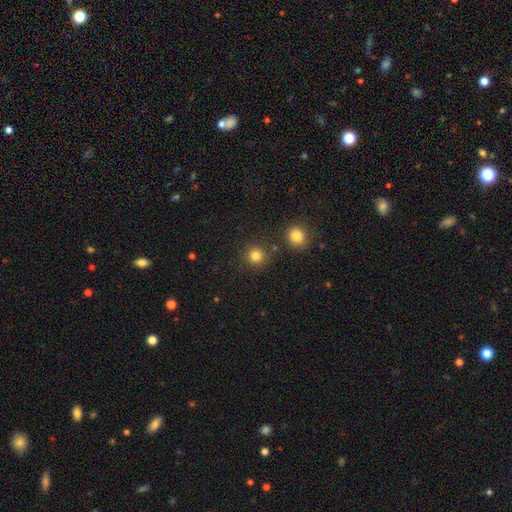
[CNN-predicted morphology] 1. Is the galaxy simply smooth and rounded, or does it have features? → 82% smooth, 13% star or artifact, 4% featured or disk.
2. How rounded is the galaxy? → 92% round, 7% in between, 1% cigar-shaped.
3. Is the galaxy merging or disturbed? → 84% none, 7% minor disturbance, 6% merger, 3% major disturbance.